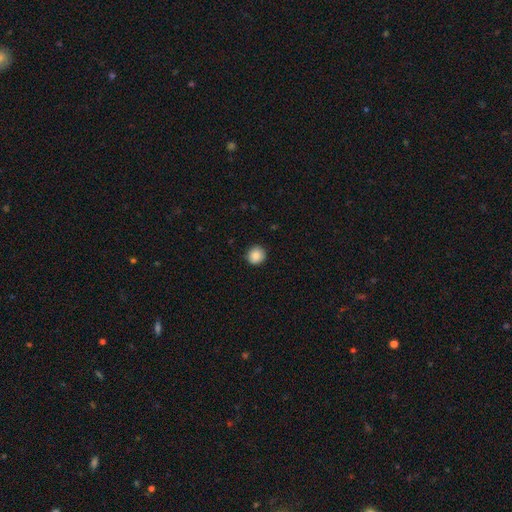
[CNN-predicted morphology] smooth-or-featured: smooth: 88% | star or artifact: 9% | featured or disk: 3%
  how-rounded: round: 94% | in between: 5% | cigar-shaped: 1%
  merging: none: 91% | minor disturbance: 6% | major disturbance: 2% | merger: 1%